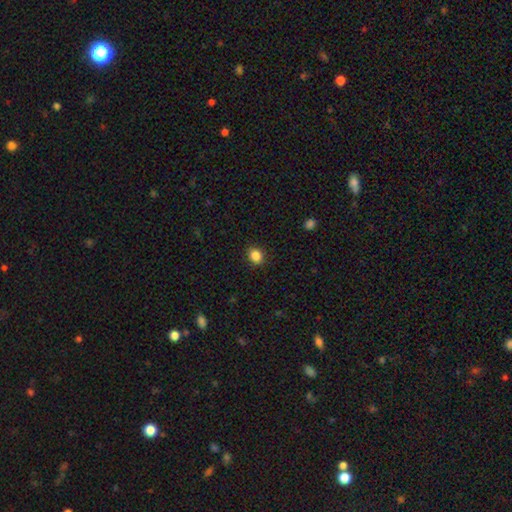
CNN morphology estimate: smooth-or-featured: smooth: 86% | star or artifact: 10% | featured or disk: 4%
  how-rounded: round: 70% | in between: 29% | cigar-shaped: 1%
  merging: none: 90% | minor disturbance: 7% | major disturbance: 2% | merger: 1%